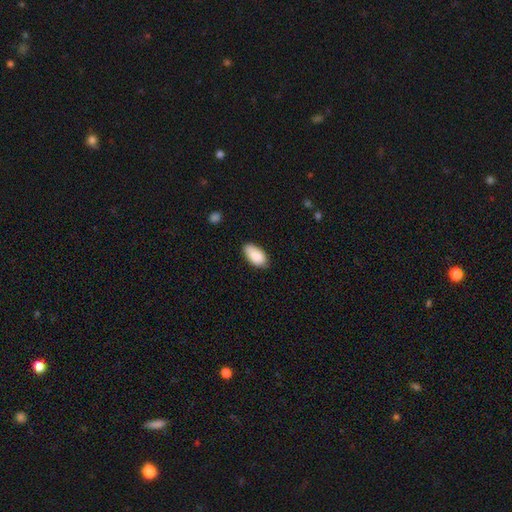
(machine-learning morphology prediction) smooth_or_featured: smooth (p=0.87) [alt: featured or disk p=0.07]
how_rounded: in between (p=0.95) [alt: cigar-shaped p=0.03]
merging: none (p=0.81) [alt: minor disturbance p=0.15]